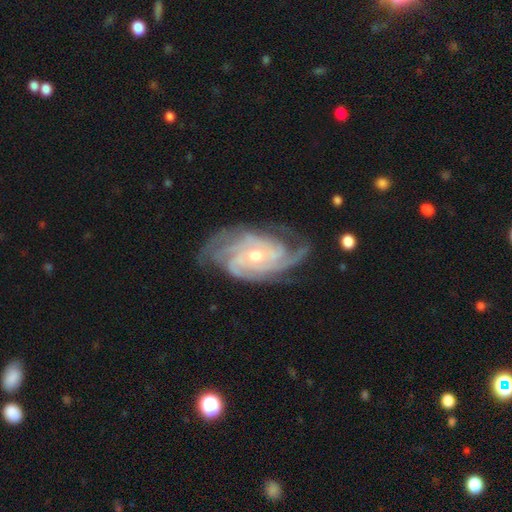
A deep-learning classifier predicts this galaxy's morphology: Overall: featured or disk (92%). Edge-on disk: no (97%). Bar: no (66%; weak 26%). Spiral arms: yes (98%). Spiral arm count: 3 (29%; 4 26%). Spiral winding: tight (69%). Bulge size: moderate (57%; small 39%). Merging: none (73%).